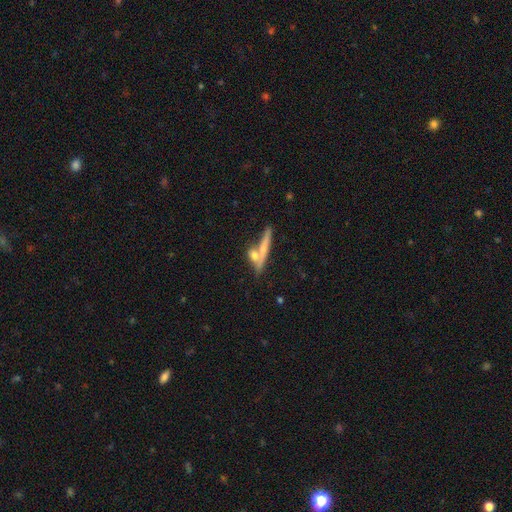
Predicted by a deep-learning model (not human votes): Morphology: type=smooth (57%); roundness=cigar-shaped (65%); merging=none (48%).